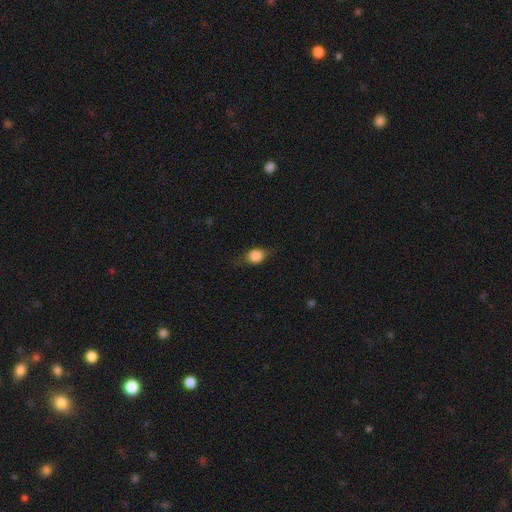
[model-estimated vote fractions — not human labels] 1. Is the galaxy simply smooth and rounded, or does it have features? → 81% smooth, 10% featured or disk, 9% star or artifact.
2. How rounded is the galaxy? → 50% in between, 47% round, 3% cigar-shaped.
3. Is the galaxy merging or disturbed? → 72% none, 21% minor disturbance, 6% major disturbance, 1% merger.